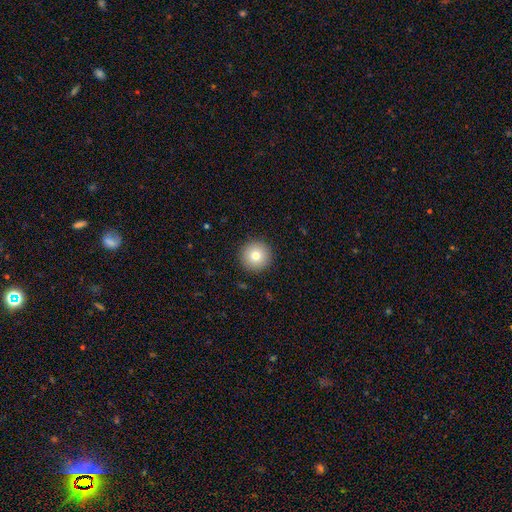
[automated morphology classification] A smooth galaxy with no disk features (78%) that is round (97%). Merging: none (93%).